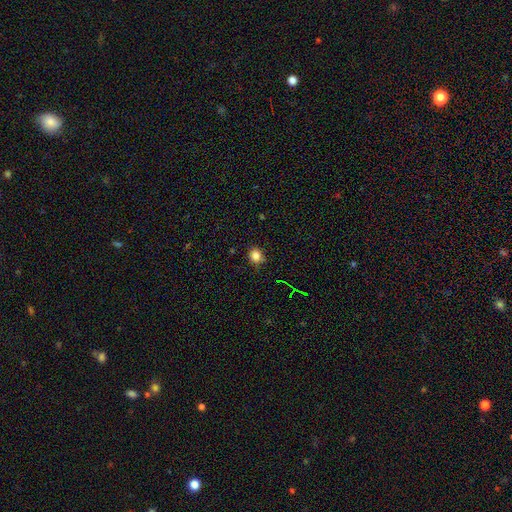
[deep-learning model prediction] The model was most divided on "how rounded": round: 74%, in between: 24%, cigar-shaped: 1%. More confident: merging — none (83%); smooth or featured — smooth (81%).